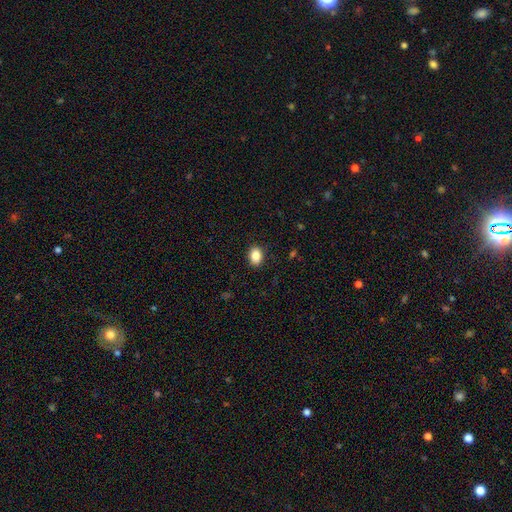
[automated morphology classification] Smooth or featured? Predicted: smooth (p=0.86). How rounded? Predicted: in between (p=0.70). Merging? Predicted: none (p=0.89).